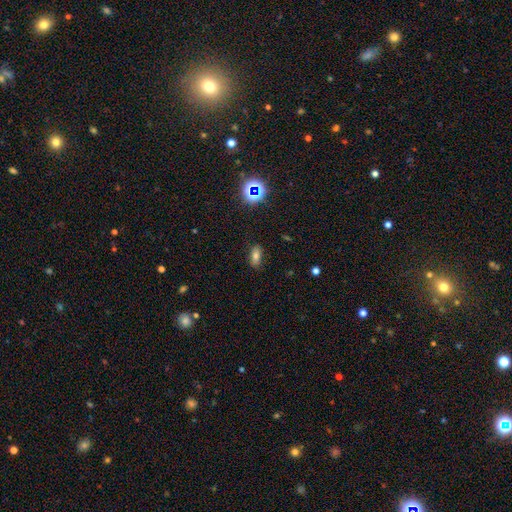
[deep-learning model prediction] Smooth or featured?
  - smooth: 70% *
  - star or artifact: 17%
  - featured or disk: 12%
How rounded?
  - in between: 84% *
  - cigar-shaped: 10%
  - round: 6%
Merging?
  - none: 86% *
  - minor disturbance: 10%
  - major disturbance: 3%
  - merger: 1%